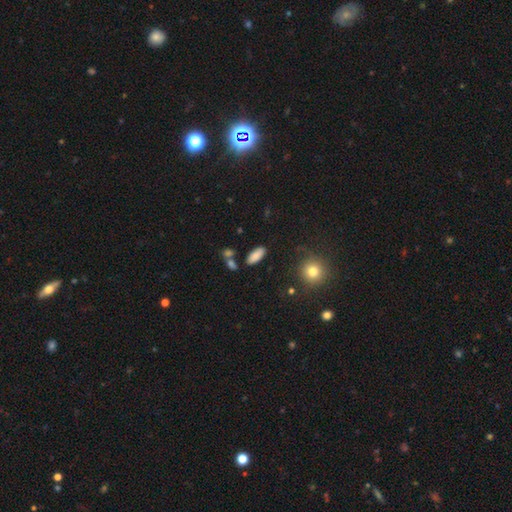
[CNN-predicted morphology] type=smooth (85%); roundness=in between (85%); merging=none (80%).